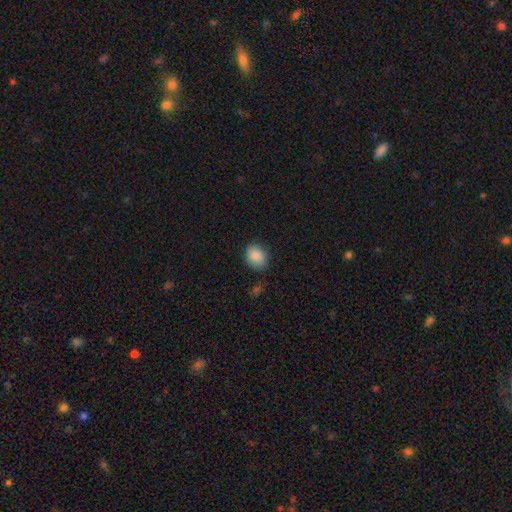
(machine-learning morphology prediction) A smooth galaxy with no disk features (88%) that is in between round and cigar-shaped (52%).

Vote fractions:
- Smooth or featured? smooth: 88% / star or artifact: 8% / featured or disk: 4%
- How rounded? in between: 52% / round: 47% / cigar-shaped: 1%
- Merging? none: 76% / minor disturbance: 18% / major disturbance: 4% / merger: 2%